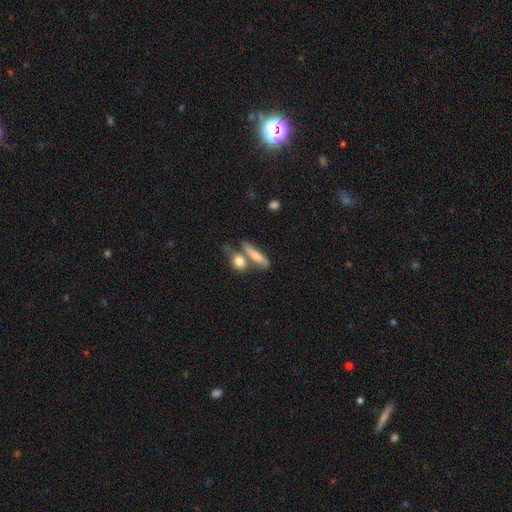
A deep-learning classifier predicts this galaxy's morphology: Q: Smooth or featured?
A: smooth (67%); runner-up: featured or disk (26%)
Q: How rounded?
A: cigar-shaped (58%); runner-up: in between (34%)
Q: Merging?
A: none (48%); runner-up: merger (32%)